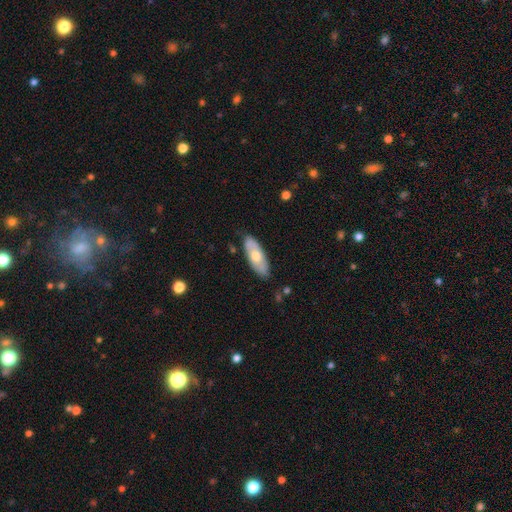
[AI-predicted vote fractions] smooth-or-featured: smooth: 53% | featured or disk: 42% | star or artifact: 6%
  how-rounded: in between: 75% | cigar-shaped: 23% | round: 2%
  merging: none: 82% | minor disturbance: 14% | major disturbance: 3% | merger: 2%